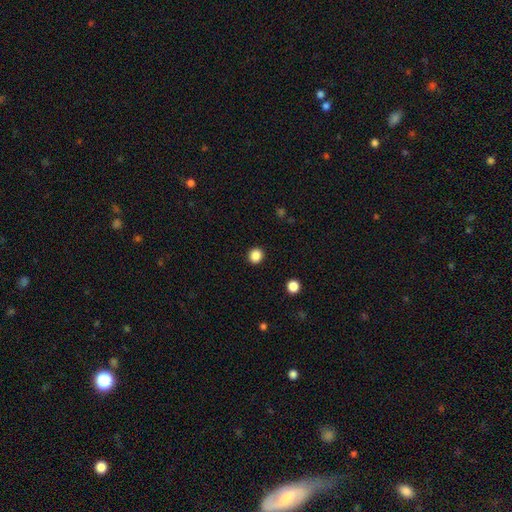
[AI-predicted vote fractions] A smooth galaxy with no disk features (86%) that is round (88%). Merging: none (92%).